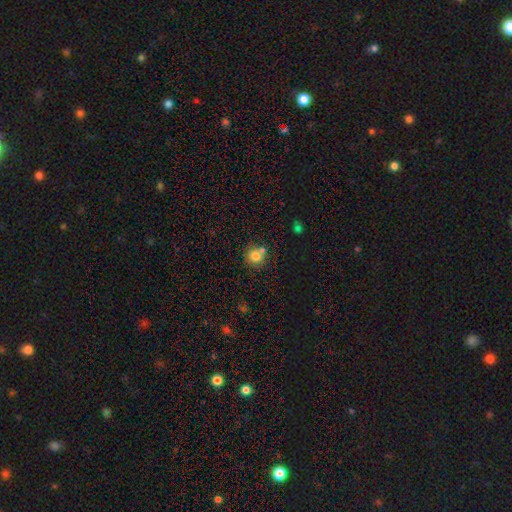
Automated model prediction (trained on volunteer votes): Smooth or featured: smooth — 79% (star or artifact — 12%)
How rounded: round — 90% (in between — 9%)
Merging: none — 66% (merger — 22%)